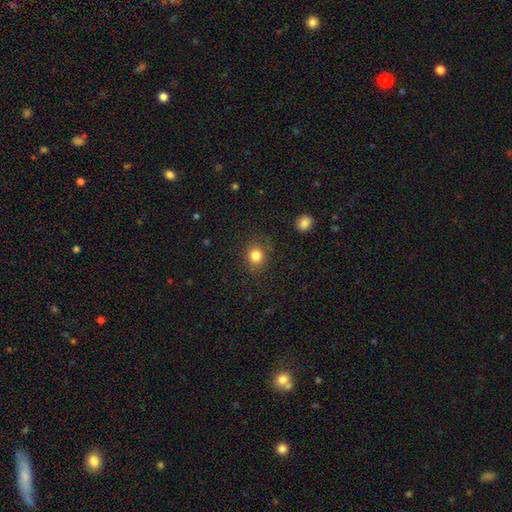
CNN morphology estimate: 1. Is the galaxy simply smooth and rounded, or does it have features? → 82% smooth, 11% star or artifact, 7% featured or disk.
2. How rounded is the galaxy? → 72% round, 27% in between, 1% cigar-shaped.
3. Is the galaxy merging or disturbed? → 83% none, 12% minor disturbance, 4% major disturbance, 1% merger.